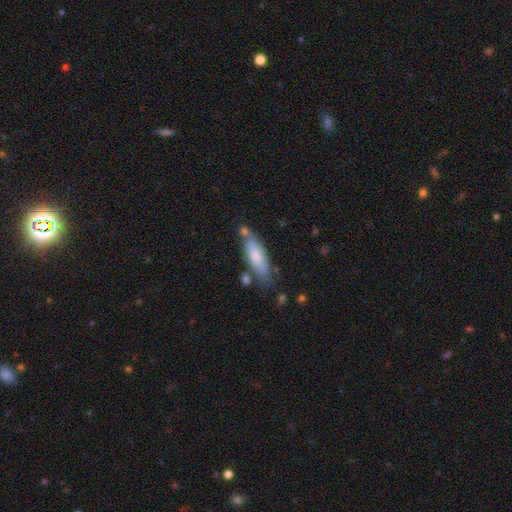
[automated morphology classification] smooth_or_featured: smooth (p=0.66) [alt: featured or disk p=0.28]
how_rounded: cigar-shaped (p=0.56) [alt: in between p=0.42]
merging: none (p=0.63) [alt: minor disturbance p=0.20]